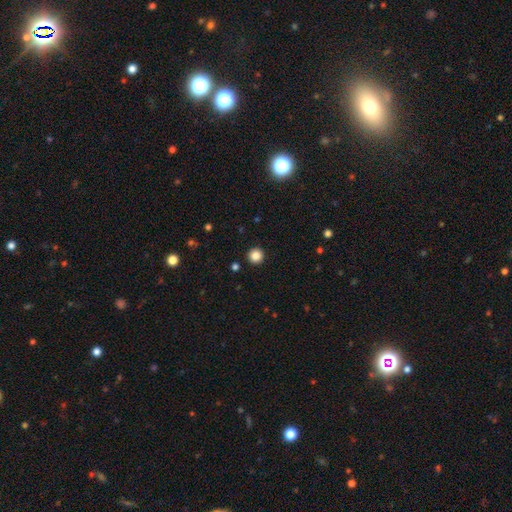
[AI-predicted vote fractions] A smooth galaxy with no disk features (85%) that is round (96%).

Vote fractions:
- Smooth or featured? smooth: 85% / star or artifact: 11% / featured or disk: 4%
- How rounded? round: 96% / in between: 3% / cigar-shaped: 1%
- Merging? none: 94% / minor disturbance: 4% / major disturbance: 1% / merger: 1%